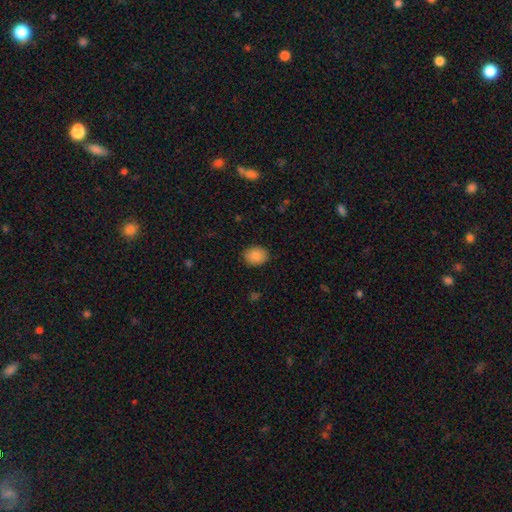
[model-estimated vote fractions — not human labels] This is clearly a smooth galaxy (88%). How rounded: possibly round (50%). Merging: clearly none (87%).